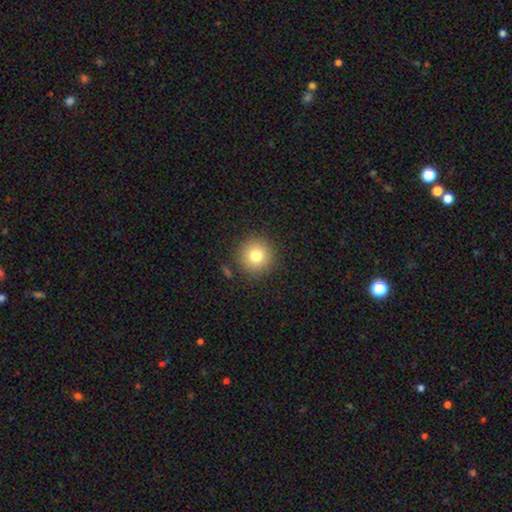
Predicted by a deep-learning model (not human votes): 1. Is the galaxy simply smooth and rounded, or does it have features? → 79% smooth, 12% star or artifact, 10% featured or disk.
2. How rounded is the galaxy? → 95% round, 4% in between, 1% cigar-shaped.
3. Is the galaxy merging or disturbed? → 88% none, 7% minor disturbance, 3% major disturbance, 2% merger.